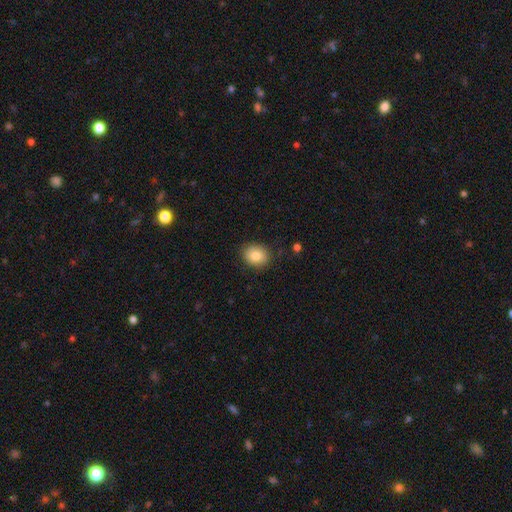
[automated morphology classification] type=smooth (84%); roundness=round (62%); merging=none (86%).